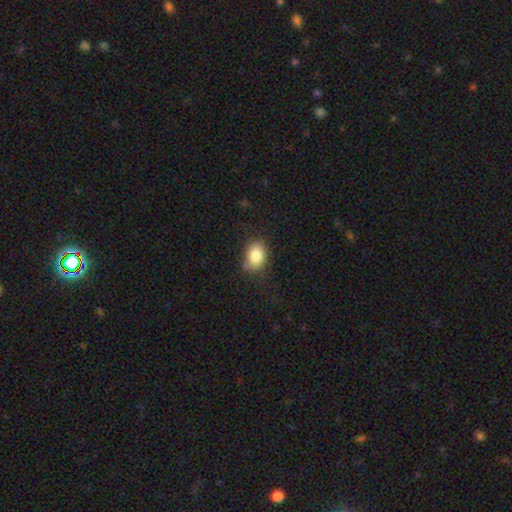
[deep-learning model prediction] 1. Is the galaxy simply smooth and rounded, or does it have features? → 85% smooth, 8% star or artifact, 7% featured or disk.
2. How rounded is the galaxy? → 76% in between, 23% round, 1% cigar-shaped.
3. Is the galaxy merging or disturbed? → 71% none, 21% minor disturbance, 6% major disturbance, 2% merger.